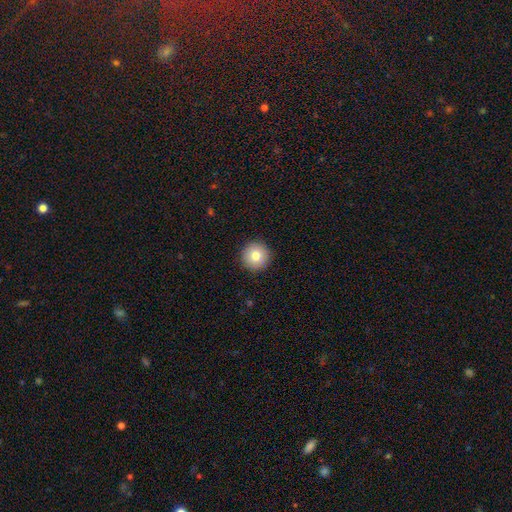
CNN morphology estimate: This is clearly a smooth galaxy (80%). How rounded: clearly round (96%). Merging: clearly none (92%).